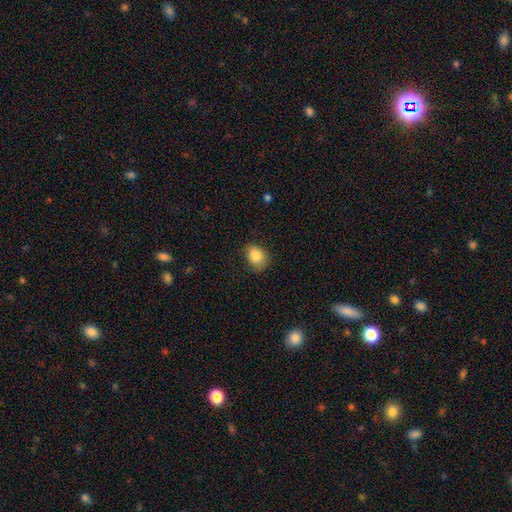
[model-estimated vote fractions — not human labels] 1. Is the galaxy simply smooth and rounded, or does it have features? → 85% smooth, 9% star or artifact, 6% featured or disk.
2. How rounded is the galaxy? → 52% round, 47% in between, 1% cigar-shaped.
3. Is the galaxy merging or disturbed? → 73% none, 21% minor disturbance, 5% major disturbance, 1% merger.